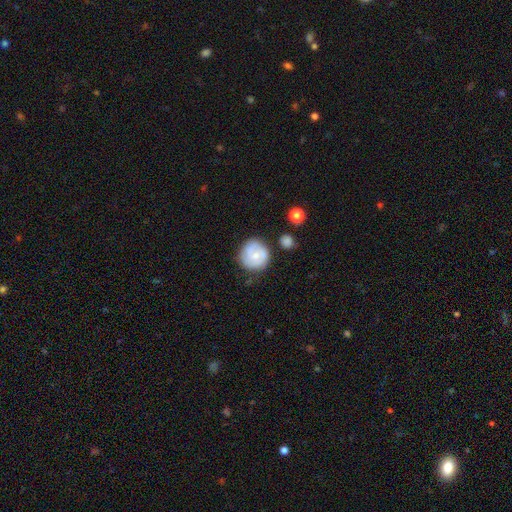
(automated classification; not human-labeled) Smooth or featured? smooth (52%)
How rounded? round (91%)
Merging? none (71%)